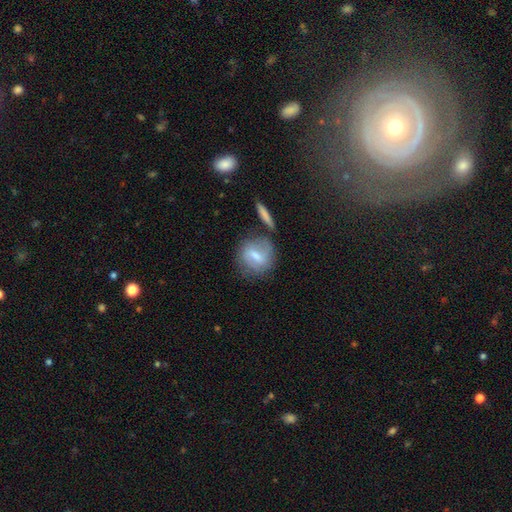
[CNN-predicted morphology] smooth-or-featured: smooth: 47% | featured or disk: 45% | star or artifact: 8%
  merging: none: 59% | minor disturbance: 20% | merger: 11% | major disturbance: 9%